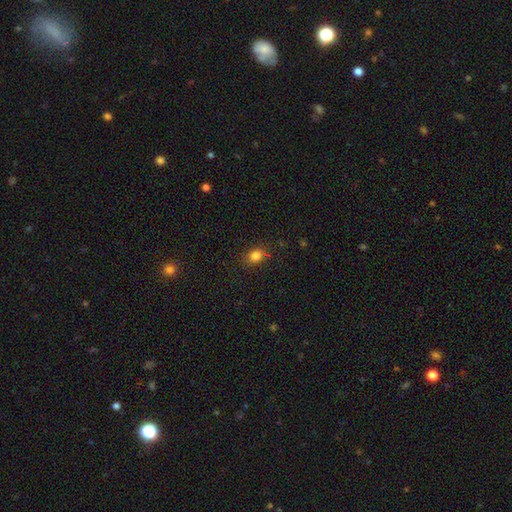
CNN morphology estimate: Q: Smooth or featured?
A: smooth (82%); runner-up: star or artifact (13%)
Q: How rounded?
A: round (52%); runner-up: in between (47%)
Q: Merging?
A: none (83%); runner-up: minor disturbance (12%)